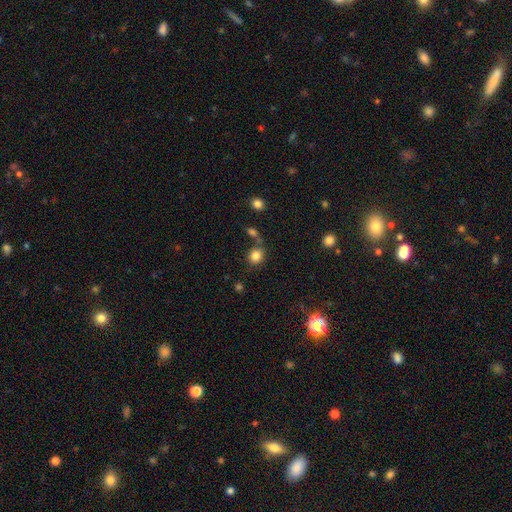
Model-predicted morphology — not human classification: smooth 83%, star or artifact 11%, featured or disk 5%. Down the decision tree: how rounded — round (78%); merging — none (69%).